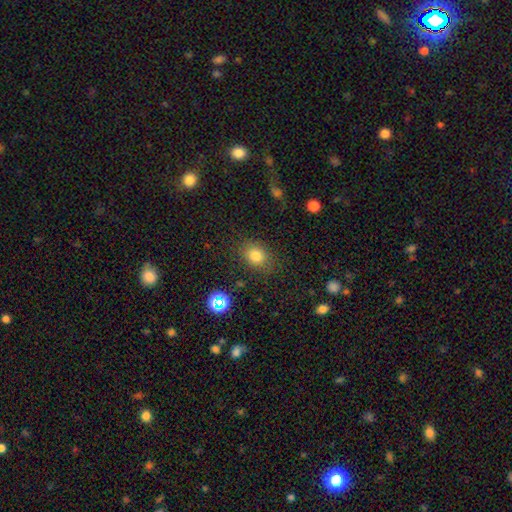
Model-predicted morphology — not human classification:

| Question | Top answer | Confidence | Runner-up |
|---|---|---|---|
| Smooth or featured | smooth | 78% | star or artifact (14%) |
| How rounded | round | 50% | in between (48%) |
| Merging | none | 81% | minor disturbance (12%) |